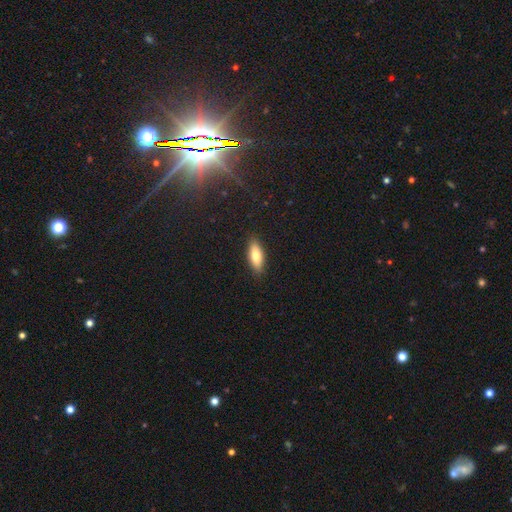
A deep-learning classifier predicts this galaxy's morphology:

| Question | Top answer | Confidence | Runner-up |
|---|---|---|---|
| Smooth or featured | smooth | 77% | featured or disk (17%) |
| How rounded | in between | 71% | cigar-shaped (26%) |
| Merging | none | 89% | minor disturbance (8%) |